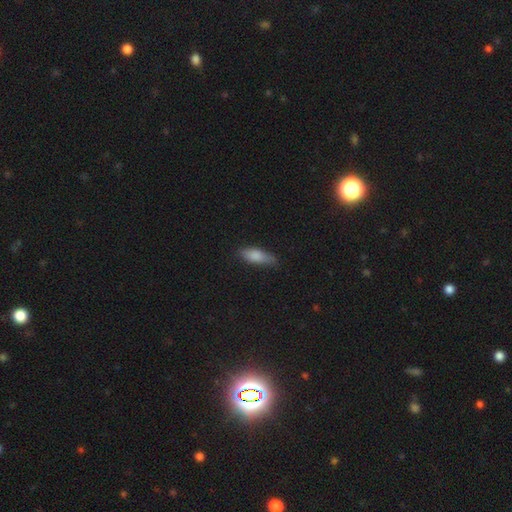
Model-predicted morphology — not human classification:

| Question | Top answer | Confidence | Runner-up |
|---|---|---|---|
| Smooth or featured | smooth | 83% | featured or disk (11%) |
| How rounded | in between | 65% | cigar-shaped (33%) |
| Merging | none | 73% | minor disturbance (22%) |